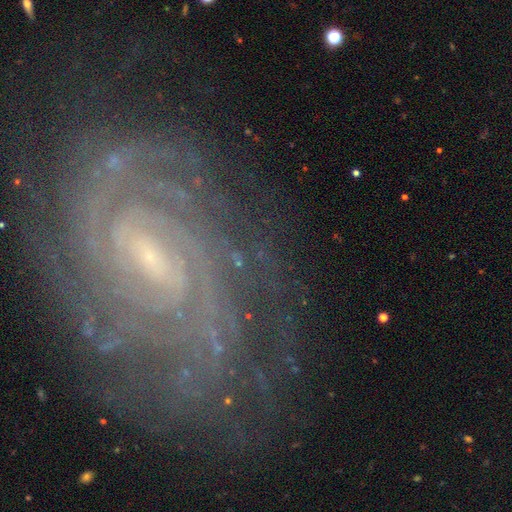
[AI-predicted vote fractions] Smooth or featured? Predicted: featured or disk (p=0.88). Edge-on disk? Predicted: no (p=0.97). Bar? Predicted: weak (p=0.41). Spiral arms? Predicted: yes (p=0.98). Spiral winding? Predicted: tight (p=0.79). Spiral arm count? Predicted: can't tell (p=0.24). Bulge size? Predicted: small (p=0.81). Merging? Predicted: none (p=0.73).